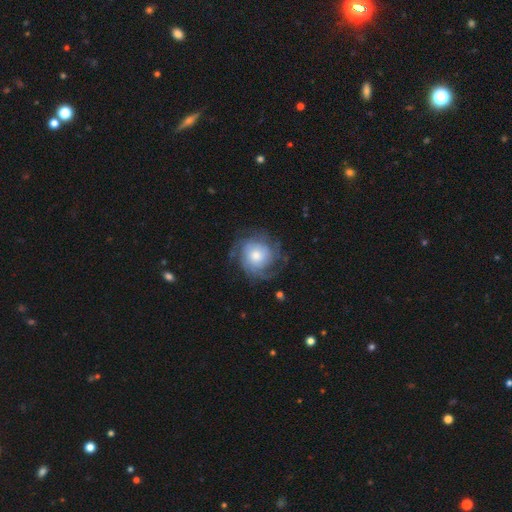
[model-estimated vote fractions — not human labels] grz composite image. It shows a featured or disk galaxy (73%) with no bar (79%), tight (57%) spiral arms (91%) and a moderate central bulge (53%). Merging: none (70%).